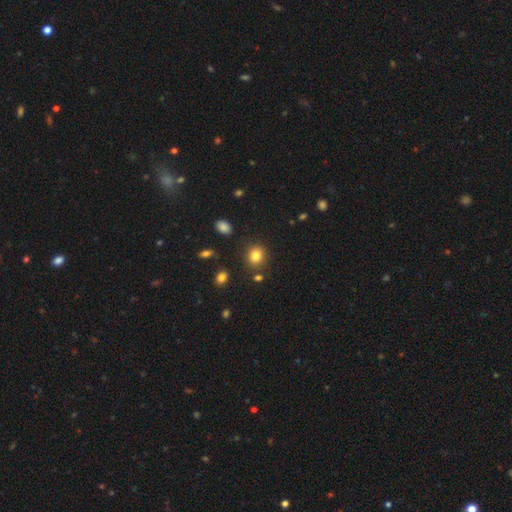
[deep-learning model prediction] Smooth or featured: smooth — 83% (star or artifact — 11%)
How rounded: round — 79% (in between — 20%)
Merging: none — 84% (minor disturbance — 9%)